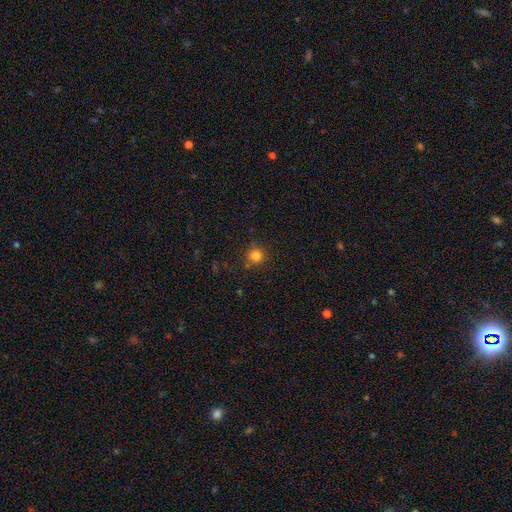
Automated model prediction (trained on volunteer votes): smooth 81%, star or artifact 14%, featured or disk 5%. Down the decision tree: how rounded — round (93%); merging — none (85%).